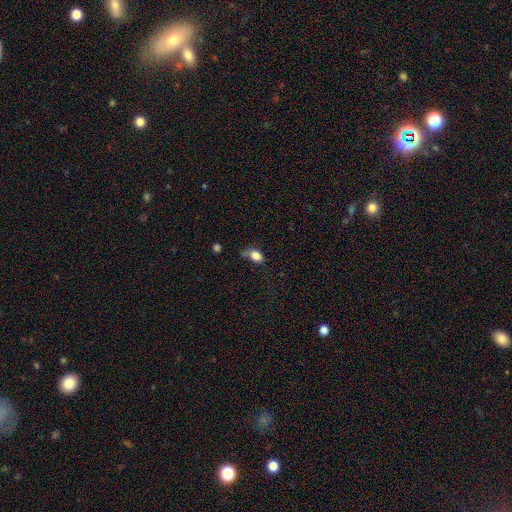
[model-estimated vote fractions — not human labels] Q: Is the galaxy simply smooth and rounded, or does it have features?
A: smooth — 81%.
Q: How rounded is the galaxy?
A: in between — 73%.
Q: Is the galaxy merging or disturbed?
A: minor disturbance — 39%.